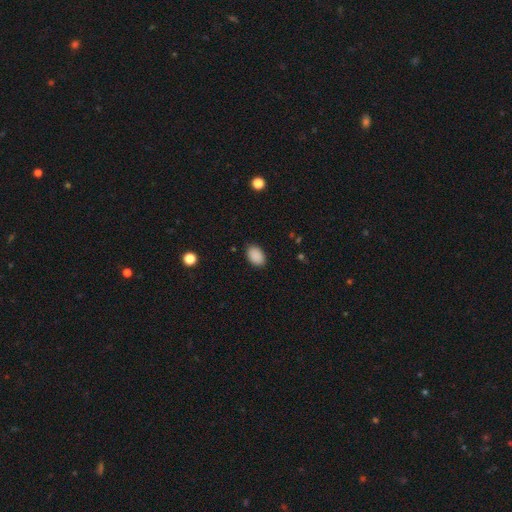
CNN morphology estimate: Smooth or featured: smooth — 89% (star or artifact — 8%)
How rounded: in between — 86% (round — 13%)
Merging: none — 87% (minor disturbance — 10%)